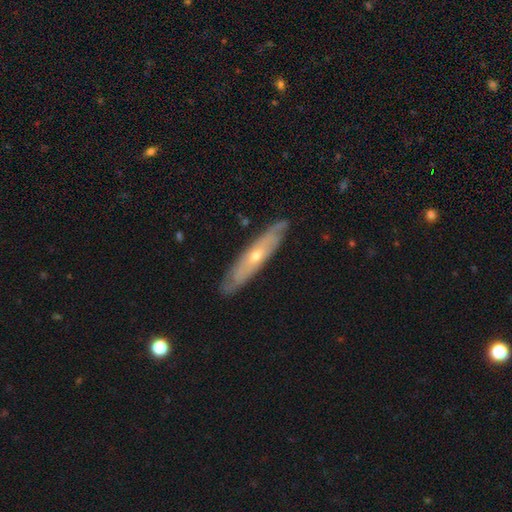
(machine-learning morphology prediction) Overall: featured or disk (66%; smooth 28%). Edge-on disk: yes (53%; no 47%). Merging: none (83%).